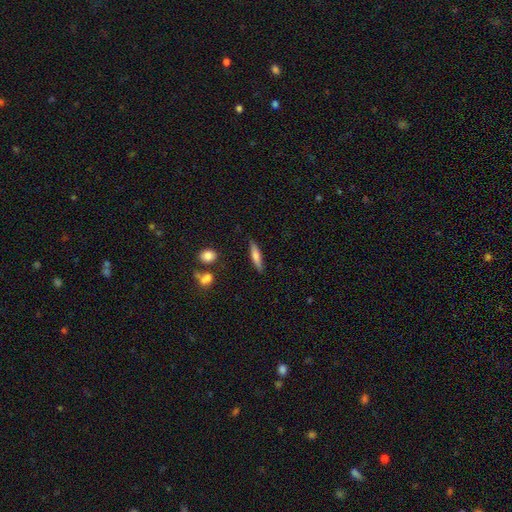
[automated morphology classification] type=smooth (61%); roundness=cigar-shaped (79%); merging=none (84%).